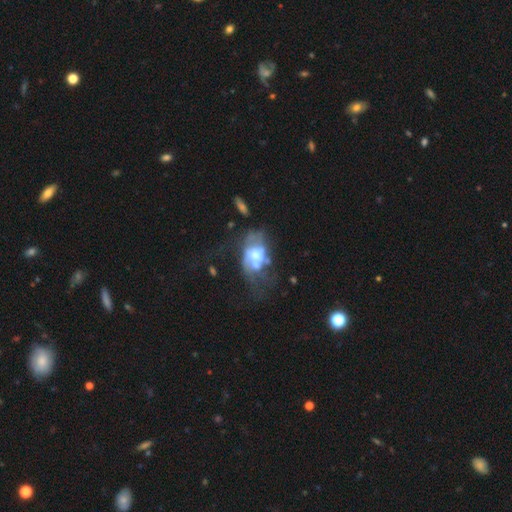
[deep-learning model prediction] This is likely a featured or disk galaxy (63%). It is clearly not viewed edge-on (95%). Bar: likely no (75%). Spiral arm pattern: likely no (61%). Central bulge: marginally moderate (45%). Merging: marginally major disturbance (43%).